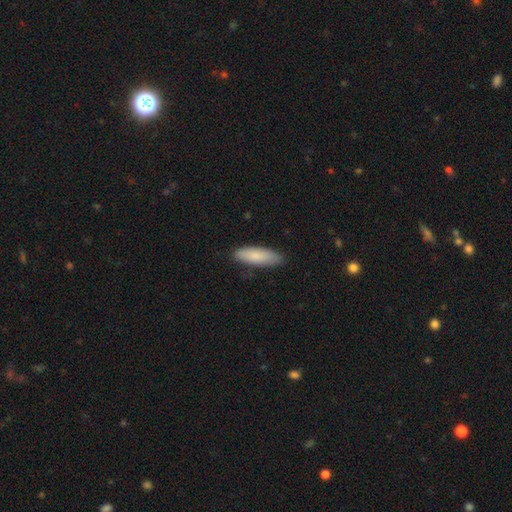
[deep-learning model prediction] smooth-or-featured: smooth: 84% | featured or disk: 10% | star or artifact: 6%
  how-rounded: cigar-shaped: 51% | in between: 48% | round: 2%
  merging: none: 84% | minor disturbance: 13% | major disturbance: 2% | merger: 1%